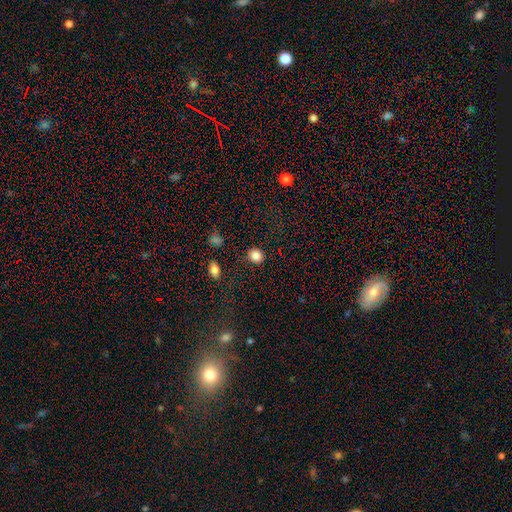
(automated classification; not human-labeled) smooth-or-featured: smooth: 86% | star or artifact: 10% | featured or disk: 4%
  how-rounded: round: 78% | in between: 21% | cigar-shaped: 1%
  merging: none: 89% | minor disturbance: 7% | major disturbance: 2% | merger: 2%